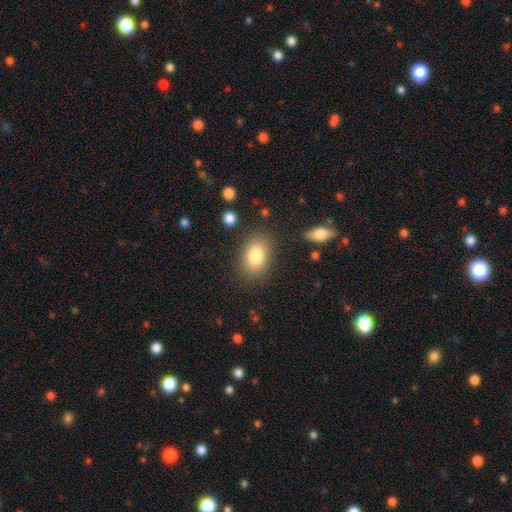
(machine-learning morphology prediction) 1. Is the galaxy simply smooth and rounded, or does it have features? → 83% smooth, 9% featured or disk, 8% star or artifact.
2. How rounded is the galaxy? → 84% in between, 15% round, 1% cigar-shaped.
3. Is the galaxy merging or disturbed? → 82% none, 12% minor disturbance, 4% major disturbance, 2% merger.